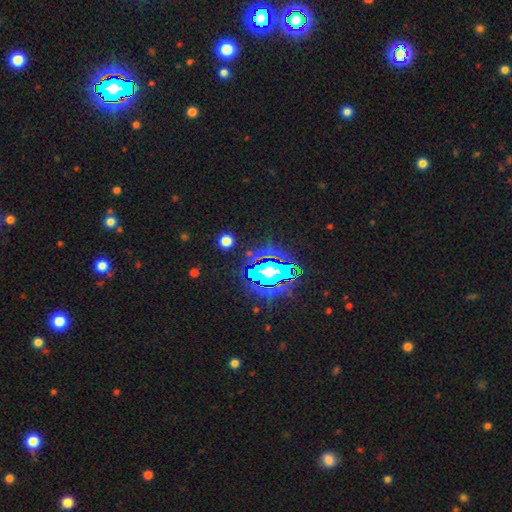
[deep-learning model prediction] Morphology: type=star or artifact (83%).